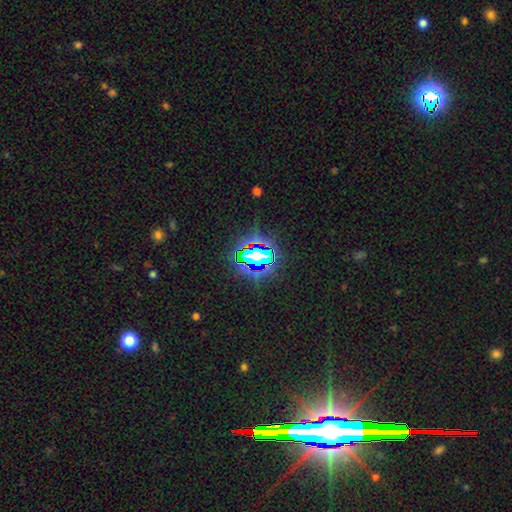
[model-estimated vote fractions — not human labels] Overall: star or artifact (73%).